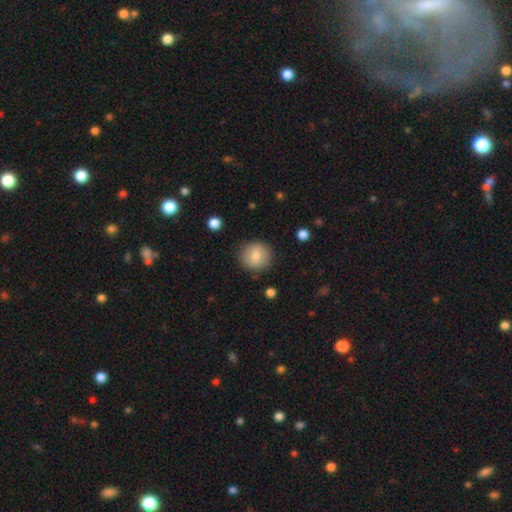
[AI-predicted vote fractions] smooth 80%, featured or disk 12%, star or artifact 8%. Down the decision tree: how rounded — round (92%); merging — none (88%).